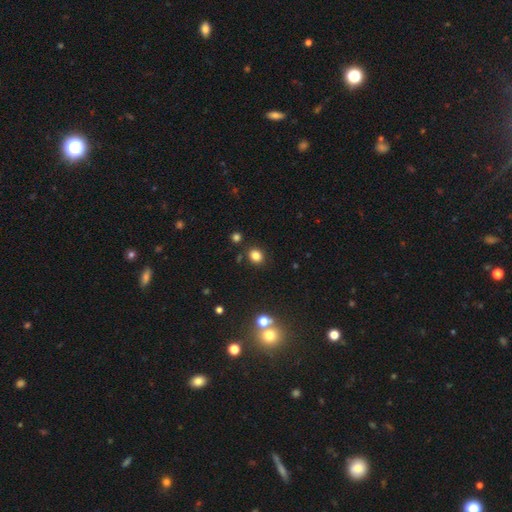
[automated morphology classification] Smooth or featured? smooth (81%)
How rounded? round (67%)
Merging? none (85%)